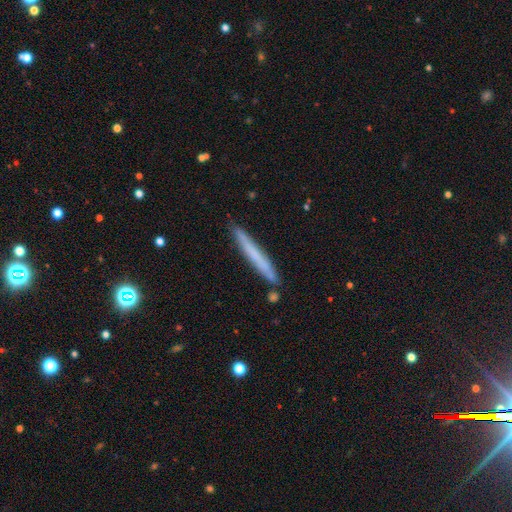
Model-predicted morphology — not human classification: This appears to be a smooth galaxy with no disk features (60%) that is cigar-shaped (97%). Merging: none (86%).